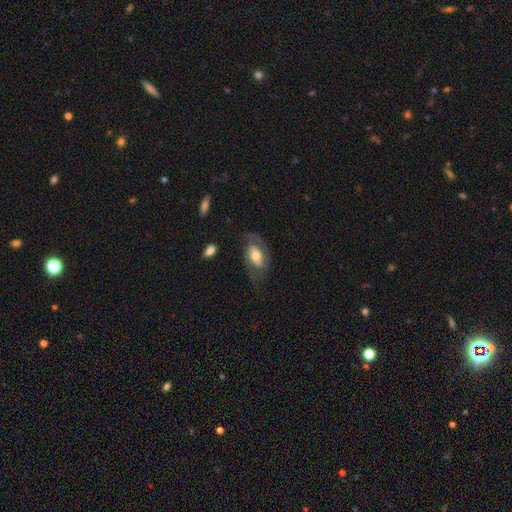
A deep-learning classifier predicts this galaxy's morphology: This appears to be a featured or disk galaxy (66%) with no bar (56%), spiral arms (74%) and a moderate central bulge (64%). Merging: none (60%).